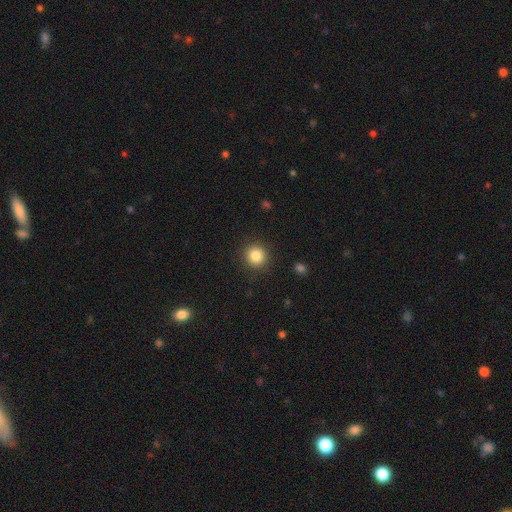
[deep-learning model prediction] Smooth or featured: smooth — 84% (star or artifact — 10%)
How rounded: round — 92% (in between — 7%)
Merging: none — 91% (minor disturbance — 6%)